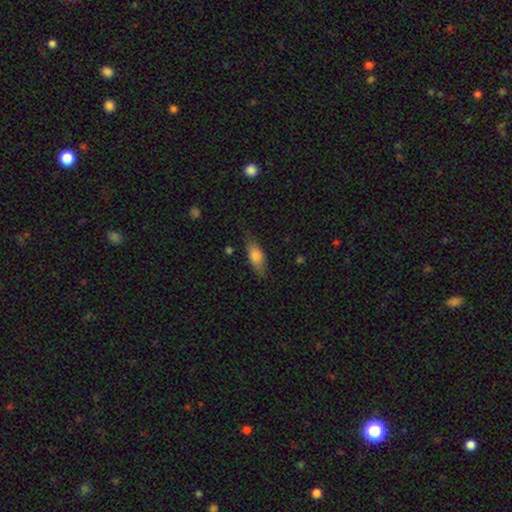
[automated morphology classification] A smooth galaxy with no disk features (77%) that is in between round and cigar-shaped (76%).

Vote fractions:
- Smooth or featured? smooth: 77% / featured or disk: 16% / star or artifact: 7%
- How rounded? in between: 76% / cigar-shaped: 21% / round: 3%
- Merging? none: 70% / minor disturbance: 22% / major disturbance: 6% / merger: 2%